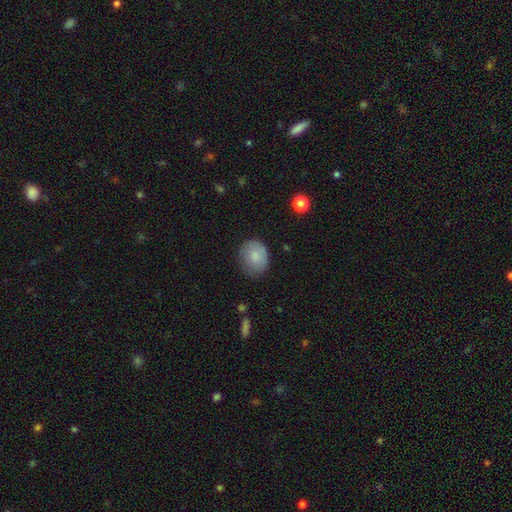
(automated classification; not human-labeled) Smooth or featured? Predicted: smooth (p=0.79). How rounded? Predicted: round (p=0.57). Merging? Predicted: none (p=0.64).